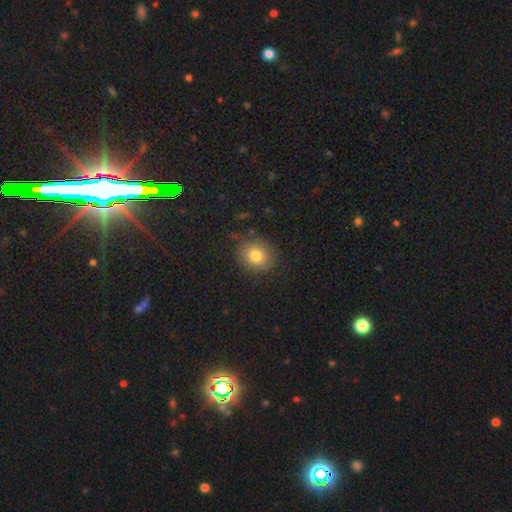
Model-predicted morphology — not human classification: A smooth galaxy with no disk features (79%) that is round (70%). Merging: none (80%).